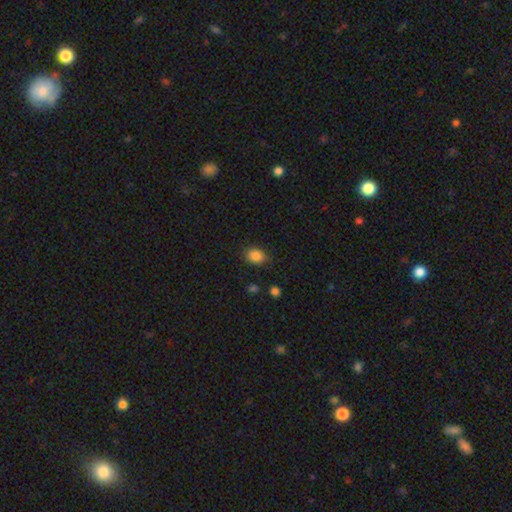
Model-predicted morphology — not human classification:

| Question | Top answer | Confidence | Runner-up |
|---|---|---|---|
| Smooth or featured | smooth | 86% | star or artifact (10%) |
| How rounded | in between | 66% | round (33%) |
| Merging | none | 83% | minor disturbance (12%) |